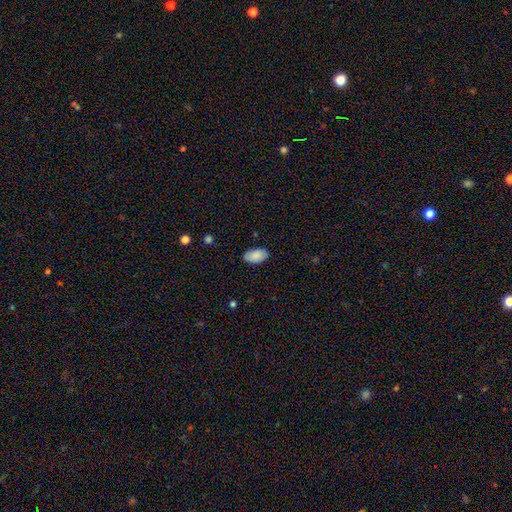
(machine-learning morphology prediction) Smooth or featured? smooth (88%)
How rounded? in between (95%)
Merging? none (85%)